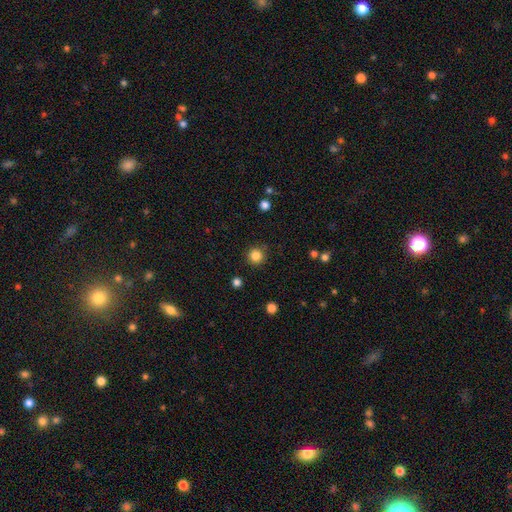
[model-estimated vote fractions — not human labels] Overall: smooth (84%). How rounded: round (95%). Merging: none (89%).